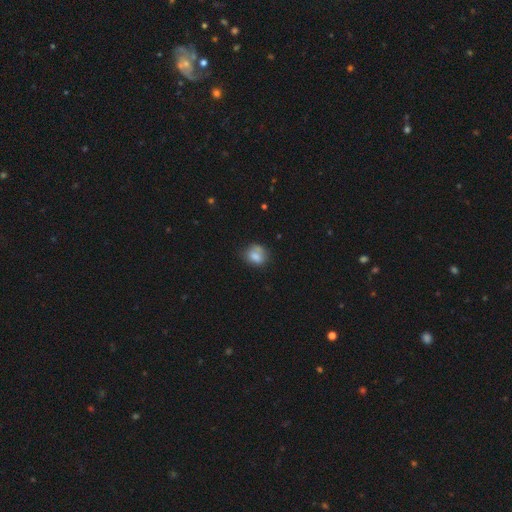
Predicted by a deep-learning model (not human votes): Smooth or featured: smooth — 75% (featured or disk — 15%)
How rounded: round — 55% (in between — 44%)
Merging: none — 51% (minor disturbance — 28%)